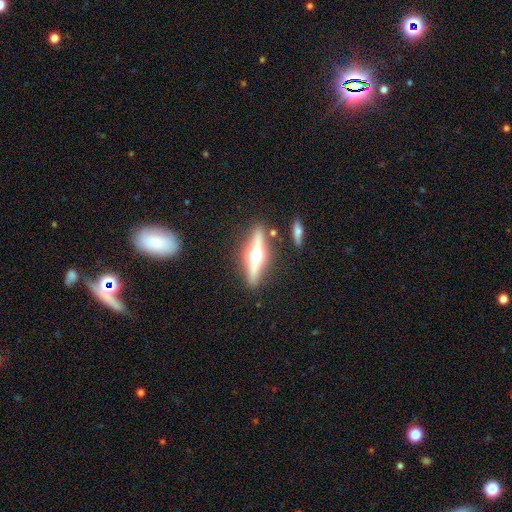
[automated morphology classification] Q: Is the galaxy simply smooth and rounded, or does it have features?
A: featured or disk — 73%.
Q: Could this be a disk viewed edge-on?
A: yes — 96%.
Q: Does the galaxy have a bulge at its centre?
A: rounded — 96%.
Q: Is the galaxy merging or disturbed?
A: none — 85%.